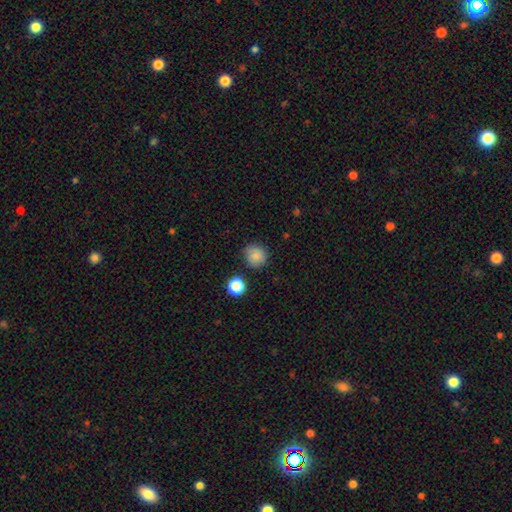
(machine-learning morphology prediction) A smooth galaxy with no disk features (84%) that is round (91%). Merging: none (82%).